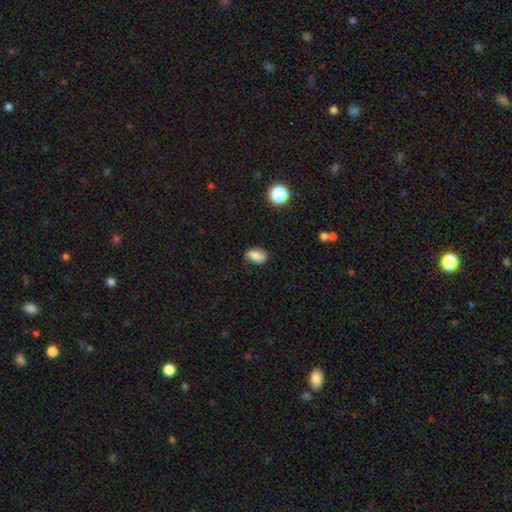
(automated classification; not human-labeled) Smooth or featured: smooth — 82% (star or artifact — 10%)
How rounded: in between — 85% (round — 13%)
Merging: none — 75% (minor disturbance — 19%)